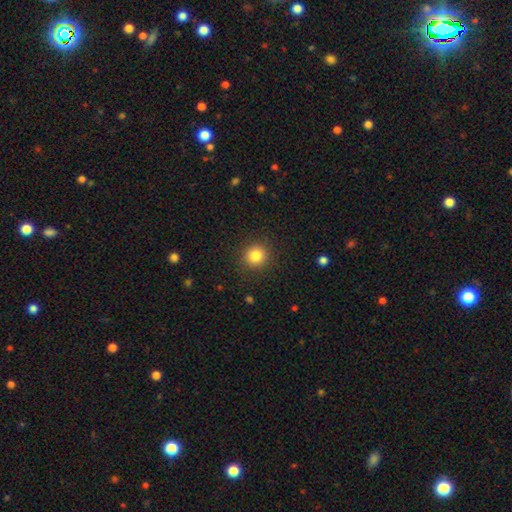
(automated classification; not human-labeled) A smooth galaxy with no disk features (83%) that is round (91%).

Vote fractions:
- Smooth or featured? smooth: 83% / star or artifact: 11% / featured or disk: 6%
- How rounded? round: 91% / in between: 8% / cigar-shaped: 1%
- Merging? none: 90% / minor disturbance: 7% / major disturbance: 3% / merger: 1%